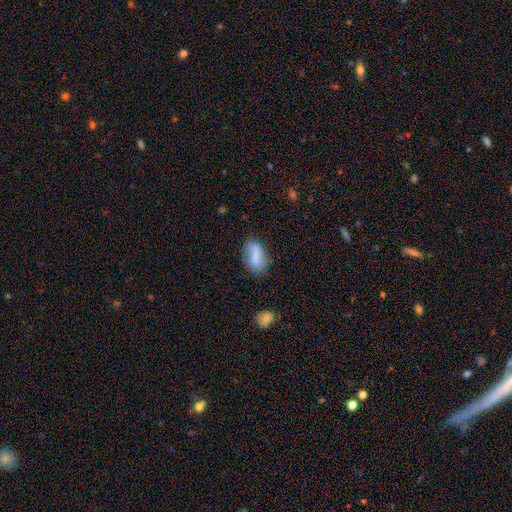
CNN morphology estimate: smooth-or-featured: smooth: 68% | featured or disk: 24% | star or artifact: 9%
  how-rounded: in between: 86% | round: 8% | cigar-shaped: 6%
  merging: none: 63% | minor disturbance: 24% | major disturbance: 8% | merger: 4%